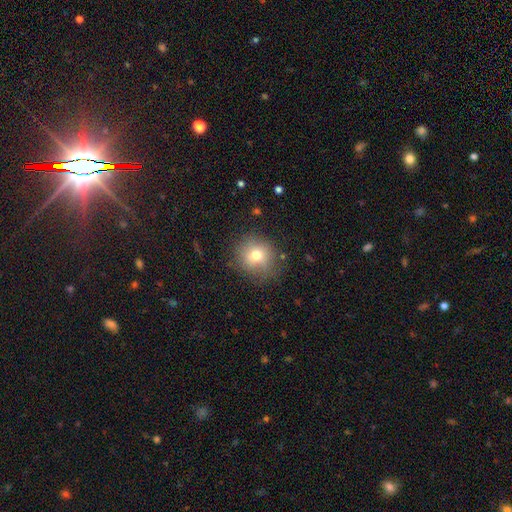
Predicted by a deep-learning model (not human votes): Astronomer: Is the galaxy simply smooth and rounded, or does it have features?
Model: smooth — 73%.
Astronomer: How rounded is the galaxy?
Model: round — 88%.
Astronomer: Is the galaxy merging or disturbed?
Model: none — 80%.